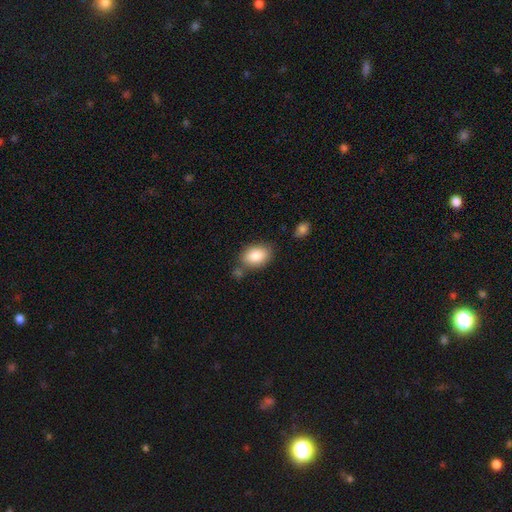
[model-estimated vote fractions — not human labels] The model was most divided on "merging": none: 68%, minor disturbance: 17%, merger: 10%, major disturbance: 5%. More confident: how rounded — in between (87%); smooth or featured — smooth (86%).